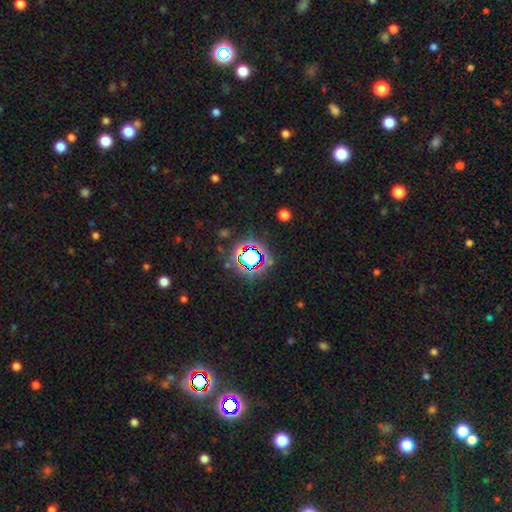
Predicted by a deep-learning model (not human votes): This appears to be a star or artifact, not a galaxy (69%).